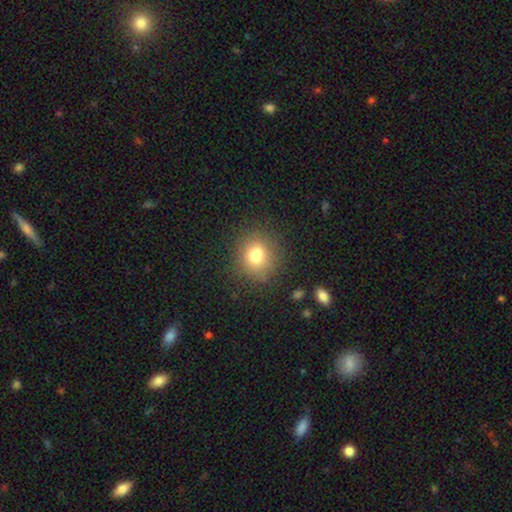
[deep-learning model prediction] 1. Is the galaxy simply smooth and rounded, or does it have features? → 73% smooth, 14% featured or disk, 13% star or artifact.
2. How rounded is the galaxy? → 76% round, 23% in between, 1% cigar-shaped.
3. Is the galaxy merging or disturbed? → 69% none, 14% minor disturbance, 11% merger, 5% major disturbance.